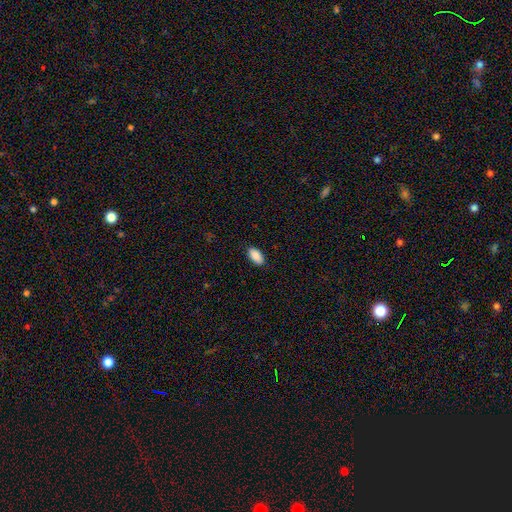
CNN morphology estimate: Smooth or featured?
  - smooth: 90% *
  - star or artifact: 6%
  - featured or disk: 4%
How rounded?
  - in between: 94% *
  - cigar-shaped: 3%
  - round: 3%
Merging?
  - none: 87% *
  - minor disturbance: 10%
  - major disturbance: 2%
  - merger: 1%